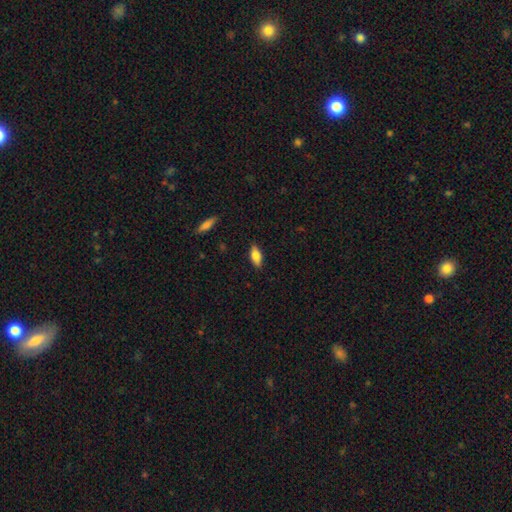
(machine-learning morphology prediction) smooth-or-featured: smooth: 75% | featured or disk: 18% | star or artifact: 7%
  how-rounded: in between: 78% | cigar-shaped: 20% | round: 2%
  merging: none: 87% | minor disturbance: 10% | major disturbance: 2% | merger: 1%